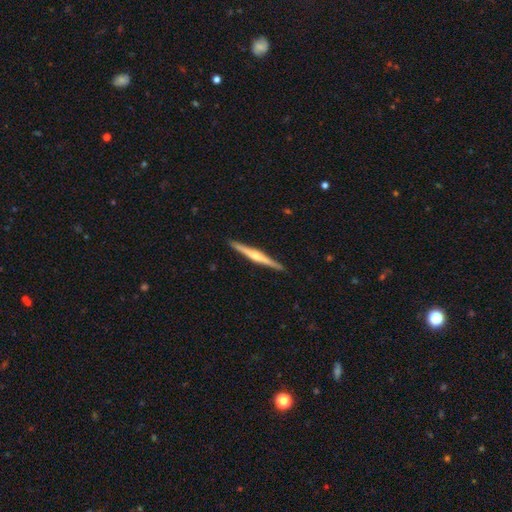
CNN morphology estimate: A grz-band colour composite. It shows a featured or disk galaxy (73%) viewed edge-on (98%) with a rounded central bulge (81%). Merging: none (92%).